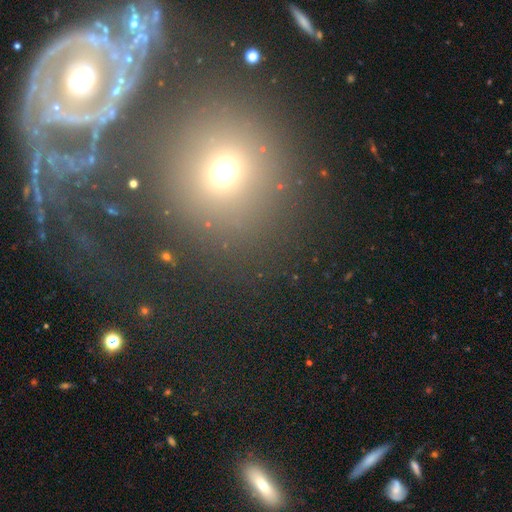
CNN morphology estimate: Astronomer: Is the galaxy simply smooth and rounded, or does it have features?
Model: smooth — 44% (runner-up: featured or disk, 30%).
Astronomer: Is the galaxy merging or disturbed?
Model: none — 73%.